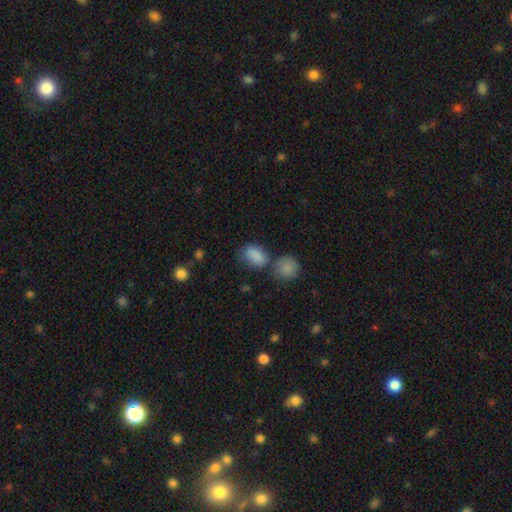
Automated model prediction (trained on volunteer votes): smooth-or-featured: smooth: 84% | star or artifact: 9% | featured or disk: 6%
  how-rounded: in between: 76% | round: 22% | cigar-shaped: 2%
  merging: none: 49% | merger: 24% | minor disturbance: 19% | major disturbance: 8%